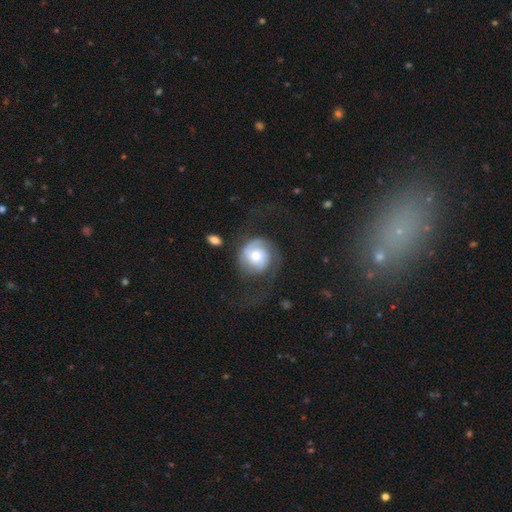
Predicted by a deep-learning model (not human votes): This is likely a featured or disk galaxy (71%). It is clearly not viewed edge-on (98%). Bar: likely no (65%). Spiral arm pattern: clearly yes (91%). Spiral arm count: possibly 2 (53%). Spiral winding: marginally tight (43%). Central bulge: likely moderate (60%). Merging: possibly none (51%).